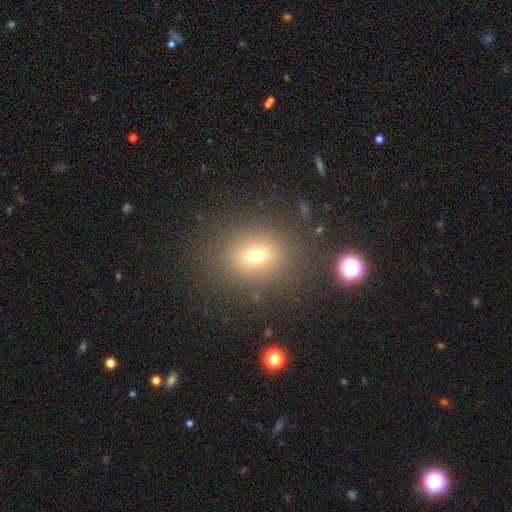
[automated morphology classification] A smooth galaxy with no disk features (65%) that is in between round and cigar-shaped (50%). Merging: none (83%).